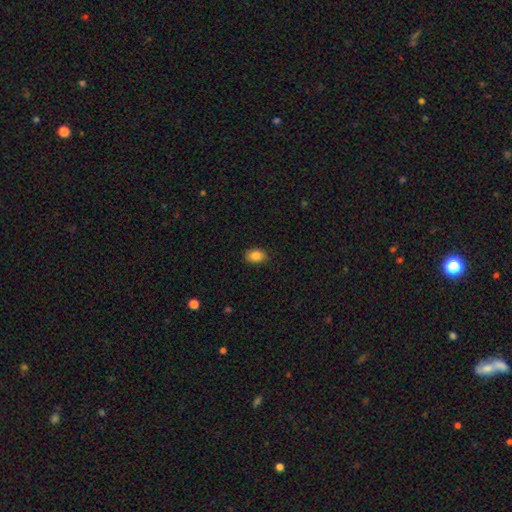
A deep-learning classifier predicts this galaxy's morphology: type=smooth (86%); roundness=in between (78%); merging=none (87%).